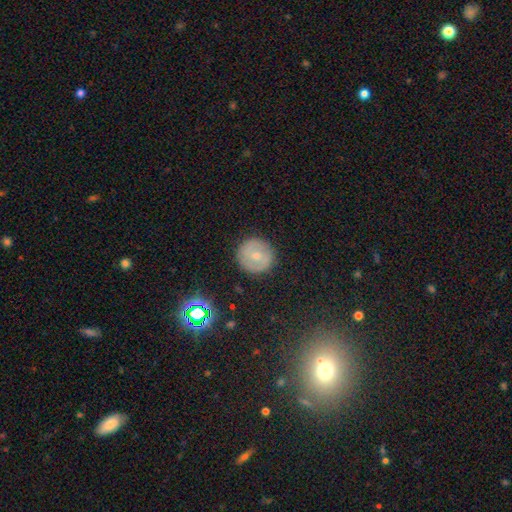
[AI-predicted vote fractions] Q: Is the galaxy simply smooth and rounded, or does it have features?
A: smooth — 54%.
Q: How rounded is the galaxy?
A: round — 93%.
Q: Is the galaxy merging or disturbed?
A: none — 88%.